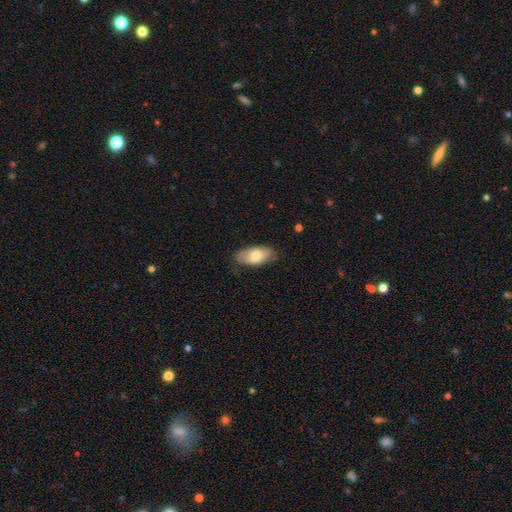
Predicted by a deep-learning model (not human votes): Morphology: type=smooth (72%); roundness=in between (91%); merging=none (78%).